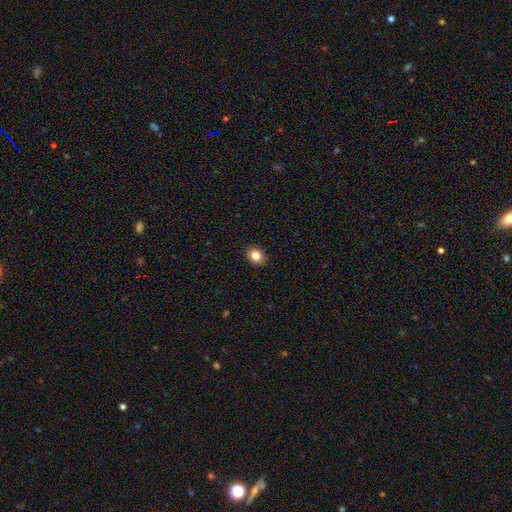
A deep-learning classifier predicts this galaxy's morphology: The model was most divided on "how rounded": round: 60%, in between: 39%, cigar-shaped: 1%. More confident: merging — none (91%); smooth or featured — smooth (82%).